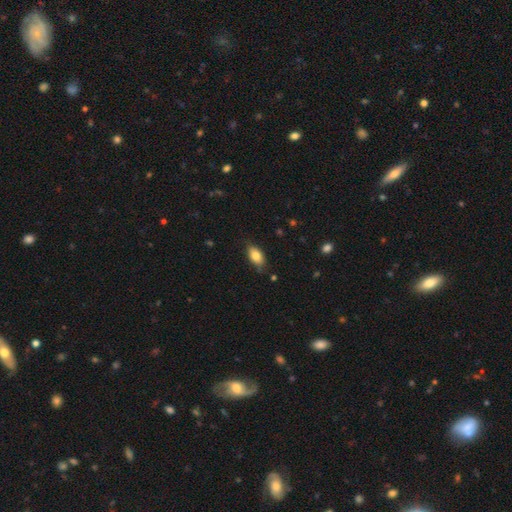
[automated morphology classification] Smooth or featured? smooth (82%)
How rounded? in between (90%)
Merging? none (78%)